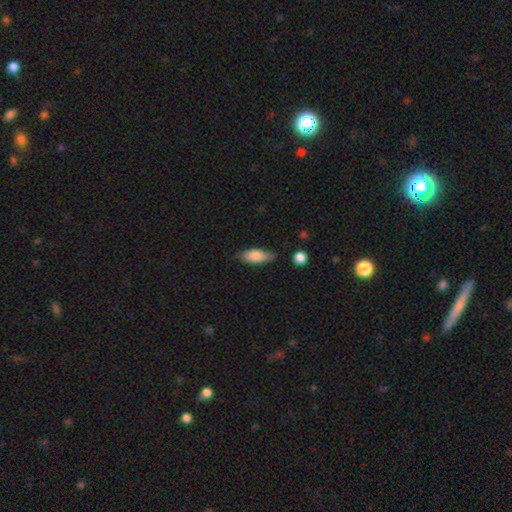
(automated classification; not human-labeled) A smooth galaxy with no disk features (82%) that is in between round and cigar-shaped (80%). Merging: none (67%).